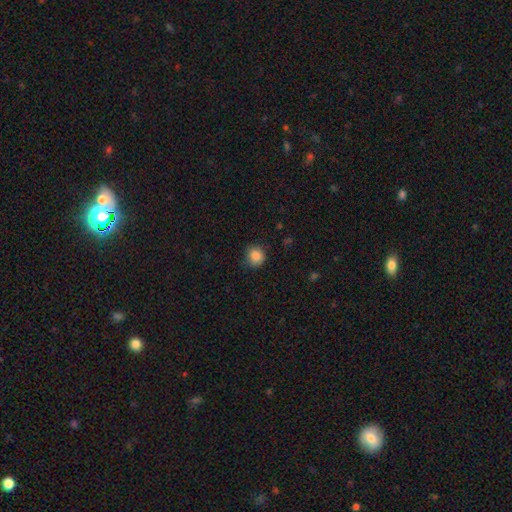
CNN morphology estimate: The model was most divided on "merging": none: 81%, minor disturbance: 15%, major disturbance: 3%, merger: 1%. More confident: how rounded — round (87%); smooth or featured — smooth (86%).